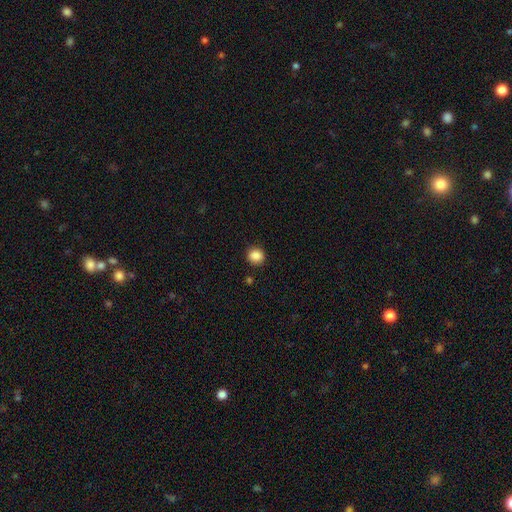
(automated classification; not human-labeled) Smooth or featured? Predicted: smooth (p=0.87). How rounded? Predicted: round (p=0.84). Merging? Predicted: none (p=0.89).